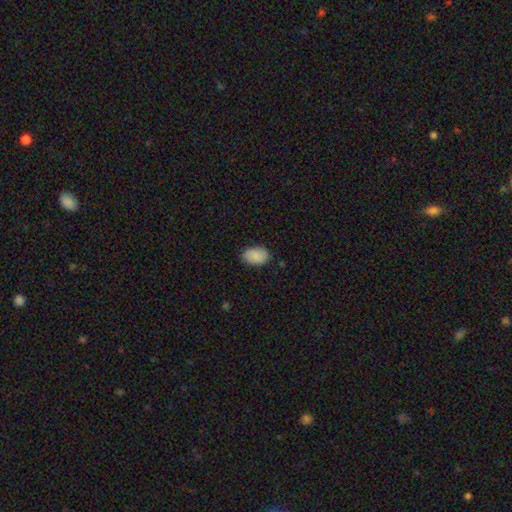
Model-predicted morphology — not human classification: A smooth galaxy with no disk features (85%) that is in between round and cigar-shaped (87%).

Vote fractions:
- Smooth or featured? smooth: 85% / featured or disk: 8% / star or artifact: 7%
- How rounded? in between: 87% / round: 11% / cigar-shaped: 1%
- Merging? none: 82% / minor disturbance: 14% / major disturbance: 3% / merger: 1%